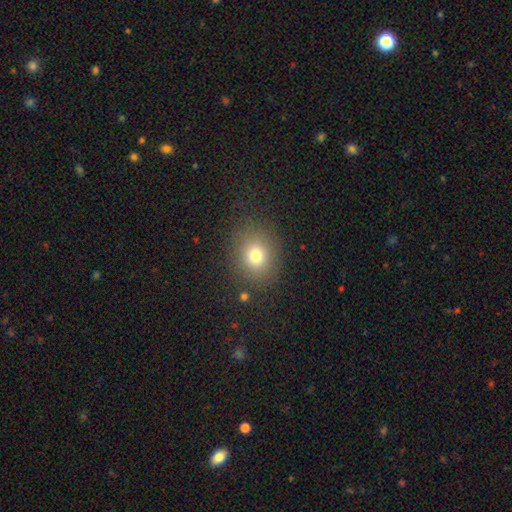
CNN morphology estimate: Smooth or featured?
  - smooth: 75% *
  - star or artifact: 15%
  - featured or disk: 10%
How rounded?
  - round: 66% *
  - in between: 33%
  - cigar-shaped: 1%
Merging?
  - none: 84% *
  - minor disturbance: 10%
  - major disturbance: 5%
  - merger: 2%